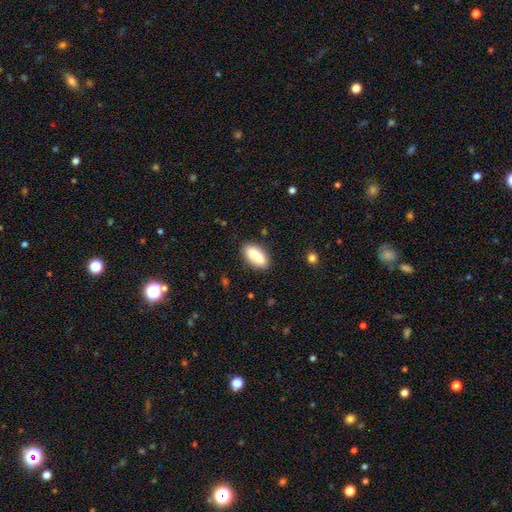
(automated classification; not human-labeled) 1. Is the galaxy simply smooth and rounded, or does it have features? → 88% smooth, 6% star or artifact, 6% featured or disk.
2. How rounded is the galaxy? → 87% in between, 11% cigar-shaped, 2% round.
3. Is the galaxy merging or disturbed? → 87% none, 9% minor disturbance, 2% major disturbance, 1% merger.